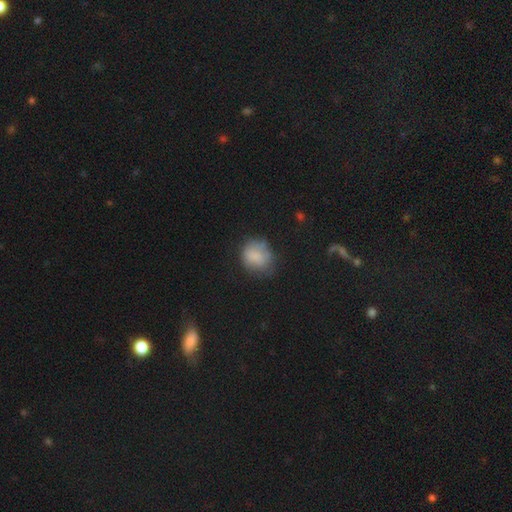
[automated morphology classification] Smooth or featured? Predicted: smooth (p=0.76). How rounded? Predicted: round (p=0.59). Merging? Predicted: none (p=0.56).